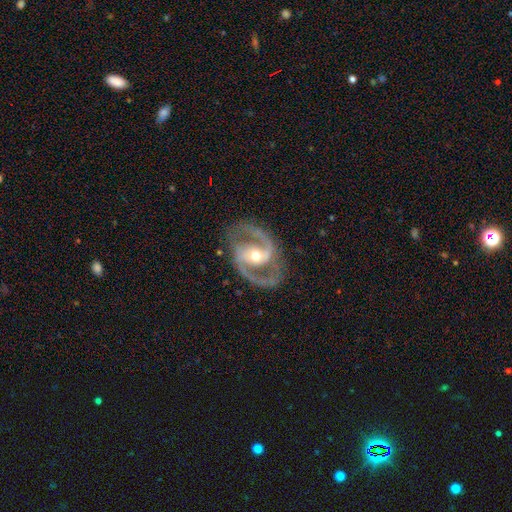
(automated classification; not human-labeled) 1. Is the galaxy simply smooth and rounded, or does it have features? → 92% featured or disk, 4% star or artifact, 4% smooth.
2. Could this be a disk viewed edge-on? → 98% no, 2% yes.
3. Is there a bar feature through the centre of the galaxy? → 39% weak, 32% no, 29% strong.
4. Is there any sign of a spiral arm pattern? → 97% yes, 3% no.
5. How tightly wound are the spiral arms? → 66% medium, 17% tight, 17% loose.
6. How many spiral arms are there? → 94% 2, 2% can't tell, 1% 3, 1% 1, 1% 4, 1% more than 4.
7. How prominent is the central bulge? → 72% moderate, 21% small, 6% large, 1% none, 1% dominant.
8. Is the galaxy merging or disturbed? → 82% none, 12% minor disturbance, 5% major disturbance, 1% merger.